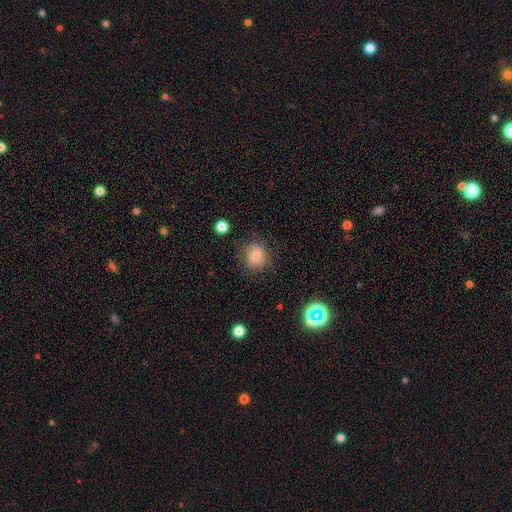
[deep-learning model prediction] This appears to be a smooth galaxy with no disk features (79%) that is round (75%). Merging: none (76%).